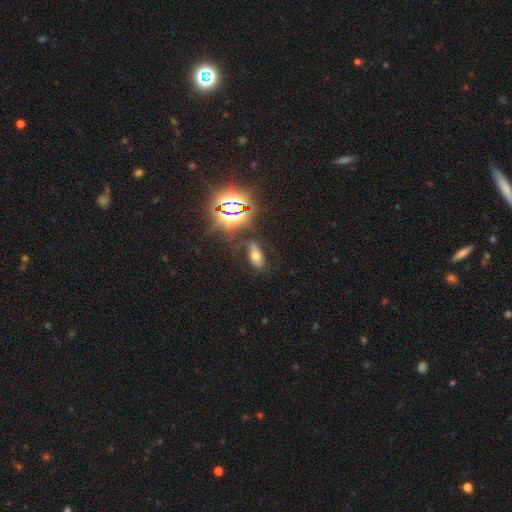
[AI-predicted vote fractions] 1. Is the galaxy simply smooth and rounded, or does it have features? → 43% smooth, 33% star or artifact, 25% featured or disk.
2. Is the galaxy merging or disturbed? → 72% none, 16% minor disturbance, 8% major disturbance, 5% merger.